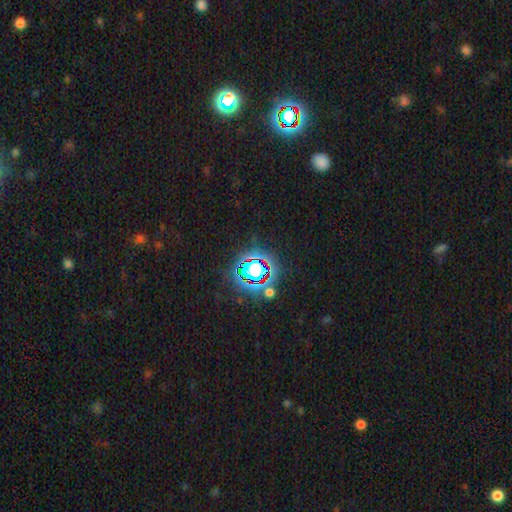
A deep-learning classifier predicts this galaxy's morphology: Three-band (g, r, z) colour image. It shows a star or artifact, not a galaxy (80%).